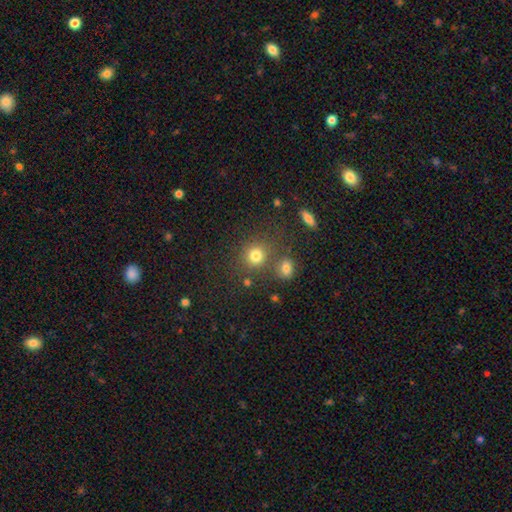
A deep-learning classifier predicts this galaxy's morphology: type=smooth (77%); roundness=round (85%); merging=none (70%).